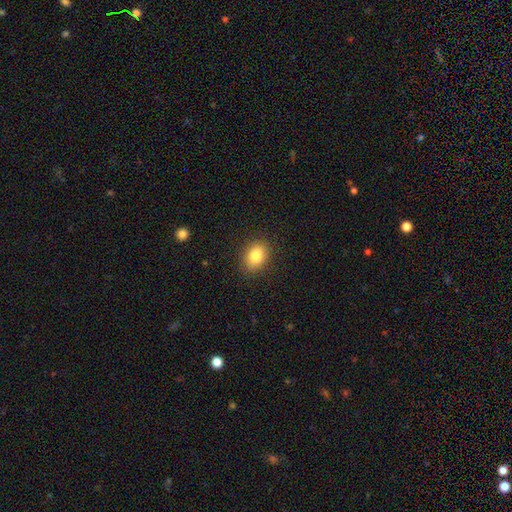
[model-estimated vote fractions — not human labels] Smooth or featured? Predicted: smooth (p=0.83). How rounded? Predicted: in between (p=0.72). Merging? Predicted: none (p=0.88).